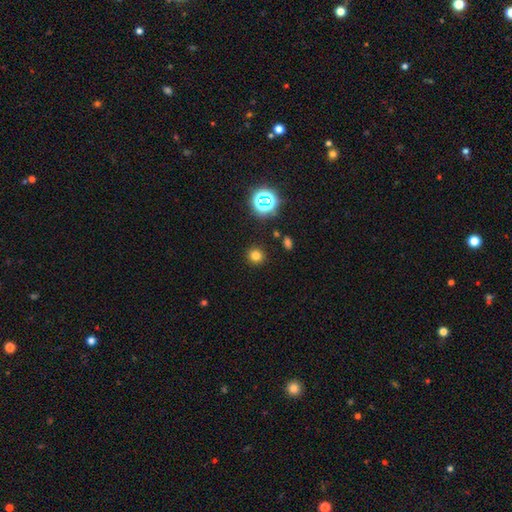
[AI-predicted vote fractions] smooth-or-featured: smooth: 74% | star or artifact: 20% | featured or disk: 6%
  how-rounded: round: 92% | in between: 7% | cigar-shaped: 1%
  merging: none: 90% | minor disturbance: 6% | major disturbance: 2% | merger: 2%